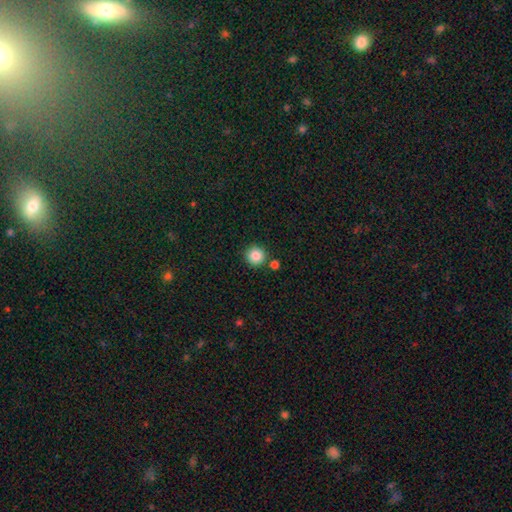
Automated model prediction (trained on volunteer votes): smooth_or_featured: smooth (p=0.86) [alt: star or artifact p=0.10]
how_rounded: round (p=0.95) [alt: in between p=0.04]
merging: none (p=0.84) [alt: minor disturbance p=0.07]